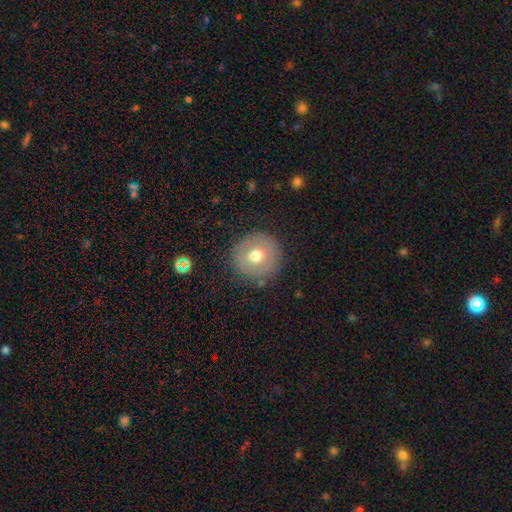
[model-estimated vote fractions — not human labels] Overall: smooth (65%; featured or disk 26%). How rounded: round (95%). Merging: none (87%).